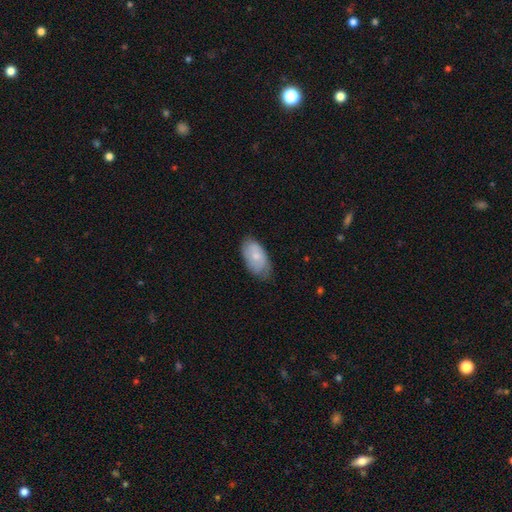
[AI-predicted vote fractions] A smooth galaxy with no disk features (68%) that is in between round and cigar-shaped (94%).

Vote fractions:
- Smooth or featured? smooth: 68% / featured or disk: 26% / star or artifact: 6%
- How rounded? in between: 94% / round: 4% / cigar-shaped: 2%
- Merging? none: 66% / minor disturbance: 28% / major disturbance: 5% / merger: 1%